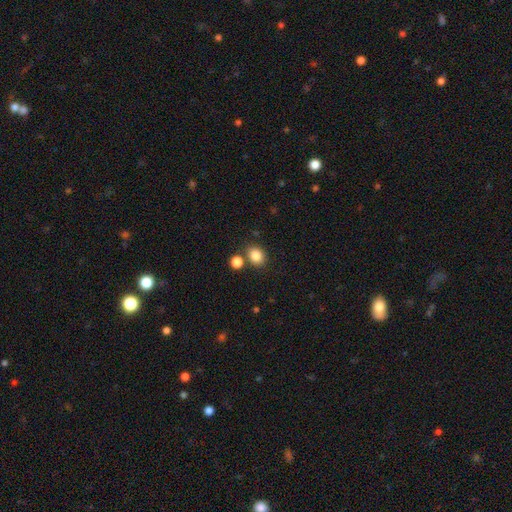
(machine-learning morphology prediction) Smooth or featured? smooth (84%)
How rounded? round (63%)
Merging? none (75%)